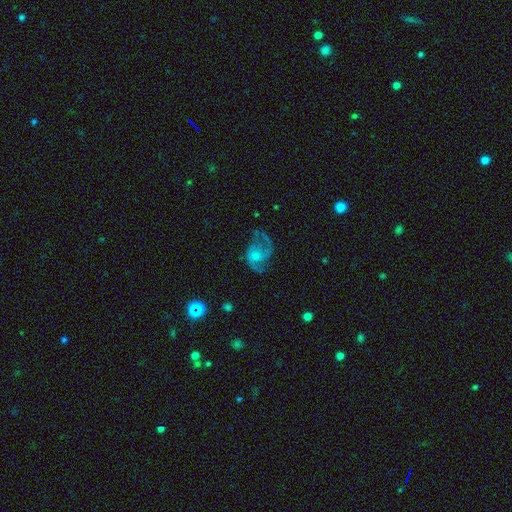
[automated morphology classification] featured or disk 78%, smooth 13%, star or artifact 9%. Down the decision tree: edge-on disk — no (98%); bar — no (68%); spiral arms — yes (92%); spiral arm count — 2 (75%); spiral winding — medium (50%); bulge size — small (51%); merging — none (57%).